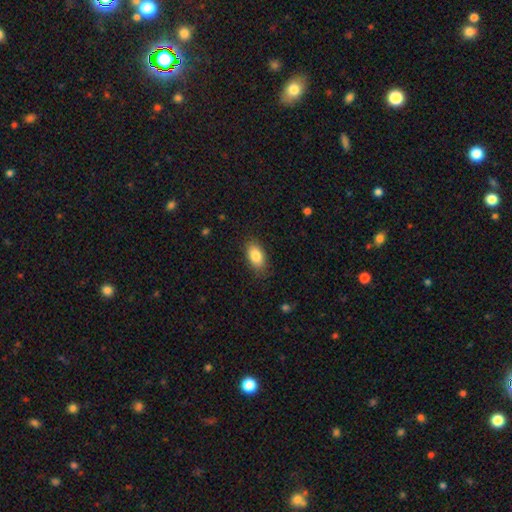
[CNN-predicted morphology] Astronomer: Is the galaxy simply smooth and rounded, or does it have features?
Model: smooth — 85%.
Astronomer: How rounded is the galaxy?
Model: in between — 91%.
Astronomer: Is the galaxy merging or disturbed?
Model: none — 83%.